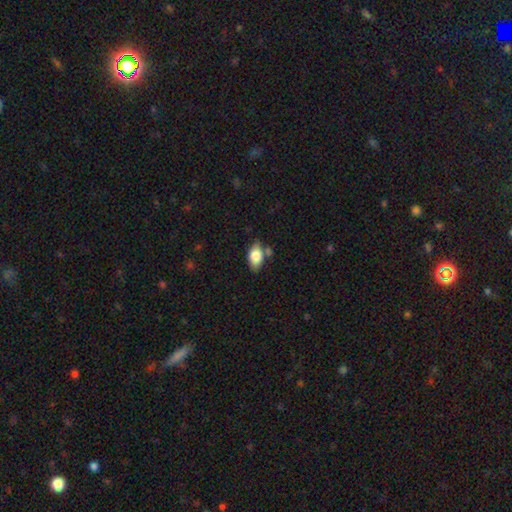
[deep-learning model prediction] smooth 79%, featured or disk 13%, star or artifact 7%. Down the decision tree: how rounded — in between (91%); merging — none (70%).